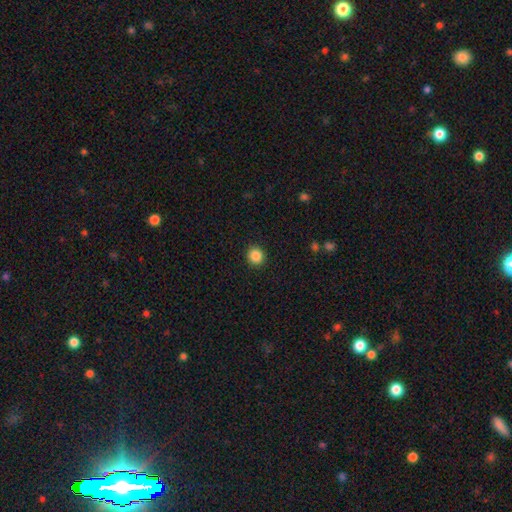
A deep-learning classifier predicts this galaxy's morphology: type=smooth (87%); roundness=round (89%); merging=none (92%).